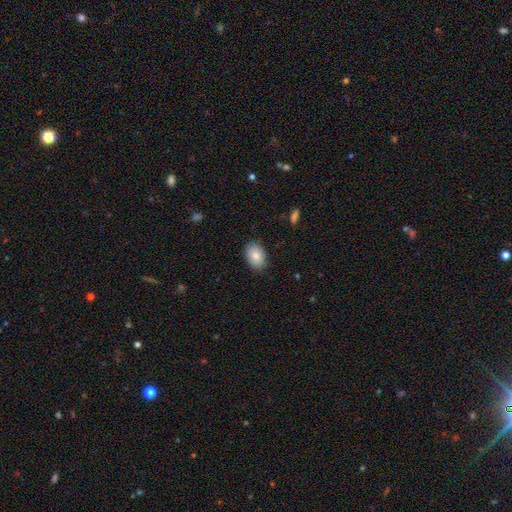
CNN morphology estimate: Smooth or featured? Predicted: smooth (p=0.85). How rounded? Predicted: in between (p=0.86). Merging? Predicted: none (p=0.86).